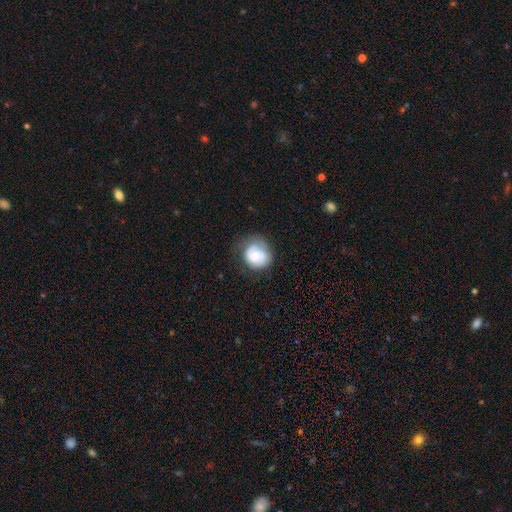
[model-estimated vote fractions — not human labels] Smooth or featured: smooth — 57% (featured or disk — 35%)
How rounded: round — 73% (in between — 26%)
Merging: none — 58% (minor disturbance — 27%)